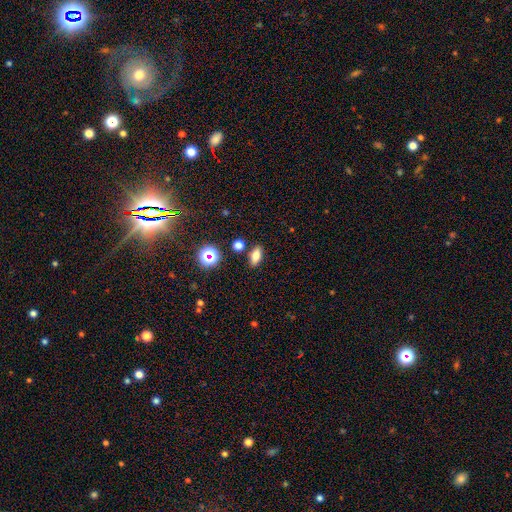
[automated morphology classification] Smooth or featured? Predicted: smooth (p=0.75). How rounded? Predicted: in between (p=0.78). Merging? Predicted: none (p=0.84).